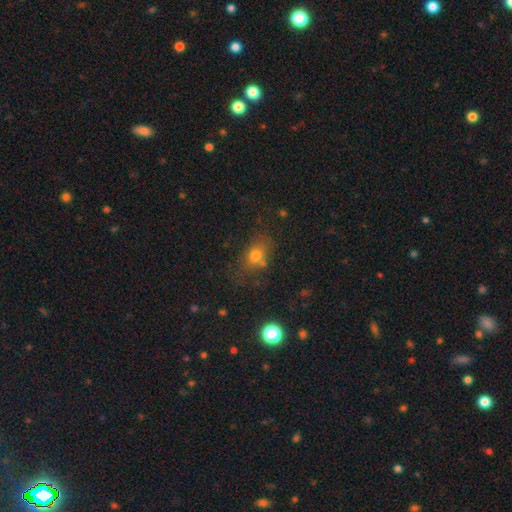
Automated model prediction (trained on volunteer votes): smooth-or-featured: smooth: 71% | star or artifact: 15% | featured or disk: 13%
  how-rounded: in between: 61% | round: 36% | cigar-shaped: 2%
  merging: none: 61% | minor disturbance: 20% | merger: 11% | major disturbance: 9%